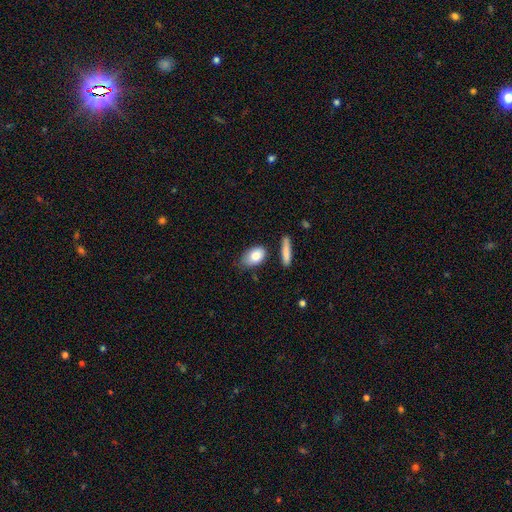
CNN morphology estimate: smooth_or_featured: smooth (p=0.79) [alt: featured or disk p=0.14]
how_rounded: in between (p=0.87) [alt: round p=0.09]
merging: none (p=0.67) [alt: minor disturbance p=0.22]